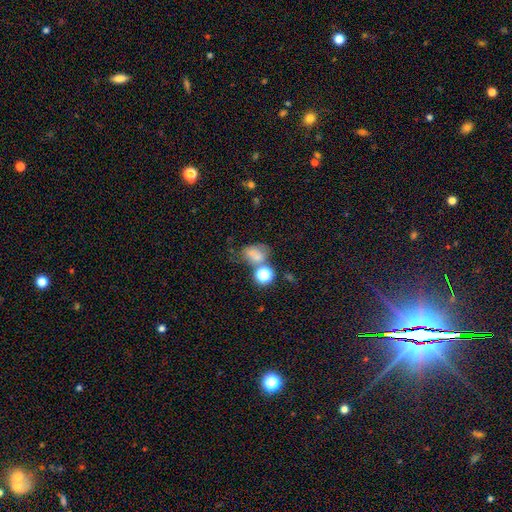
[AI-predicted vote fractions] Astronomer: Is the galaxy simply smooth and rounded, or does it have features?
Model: smooth — 65%.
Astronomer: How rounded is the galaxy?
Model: in between — 59% (runner-up: round, 40%).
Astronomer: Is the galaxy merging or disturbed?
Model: none — 37% (runner-up: merger, 30%).